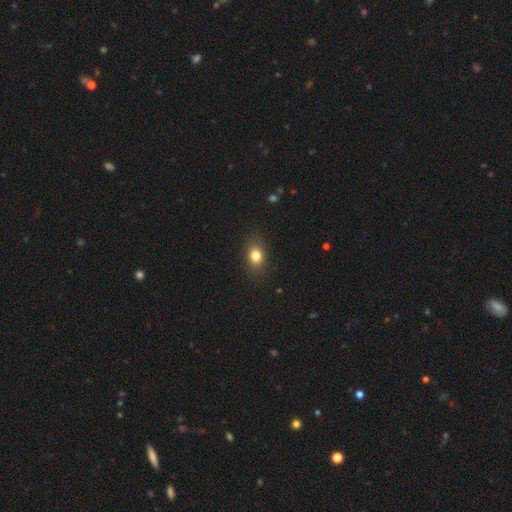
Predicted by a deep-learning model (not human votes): Morphology: type=smooth (81%); roundness=in between (68%); merging=none (86%).